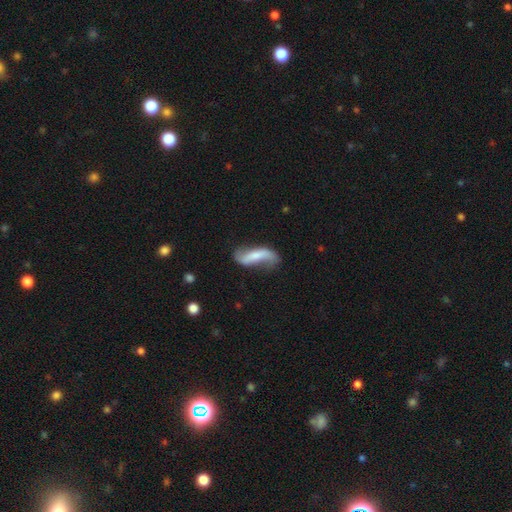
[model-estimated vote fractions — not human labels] Smooth or featured?
  - featured or disk: 61% *
  - smooth: 33%
  - star or artifact: 6%
Edge-on disk?
  - no: 86% *
  - yes: 14%
Bar?
  - strong: 39% *
  - no: 31%
  - weak: 30%
Spiral arms?
  - yes: 86% *
  - no: 14%
Bulge size?
  - small: 38% *
  - moderate: 27%
  - none: 26%
  - large: 7%
  - dominant: 2%
Merging?
  - none: 53% *
  - minor disturbance: 27%
  - major disturbance: 16%
  - merger: 4%